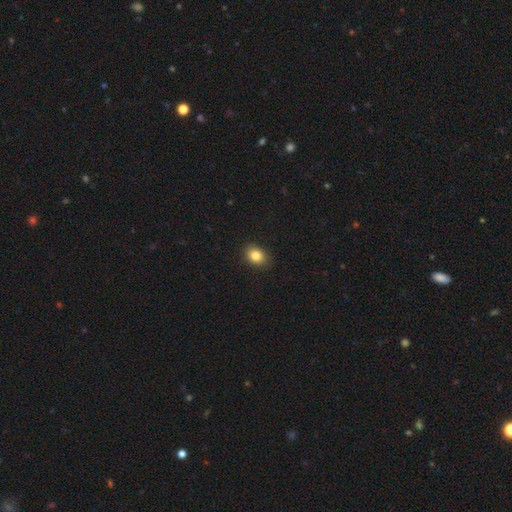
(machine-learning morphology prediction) smooth-or-featured: smooth: 84% | star or artifact: 10% | featured or disk: 6%
  how-rounded: in between: 62% | round: 37% | cigar-shaped: 1%
  merging: none: 88% | minor disturbance: 9% | major disturbance: 2% | merger: 1%